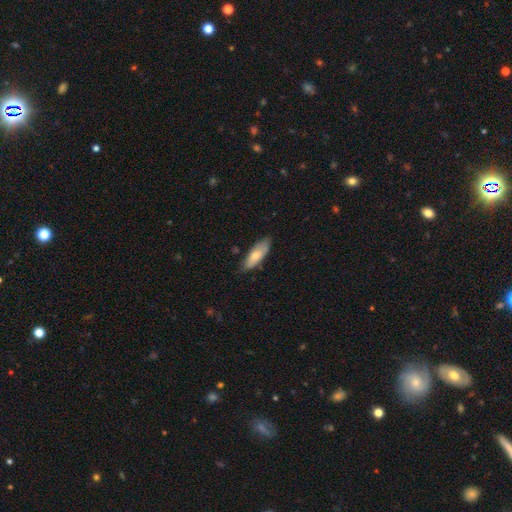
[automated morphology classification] smooth-or-featured: smooth: 73% | featured or disk: 21% | star or artifact: 6%
  how-rounded: in between: 66% | cigar-shaped: 32% | round: 2%
  merging: none: 76% | minor disturbance: 19% | major disturbance: 3% | merger: 1%